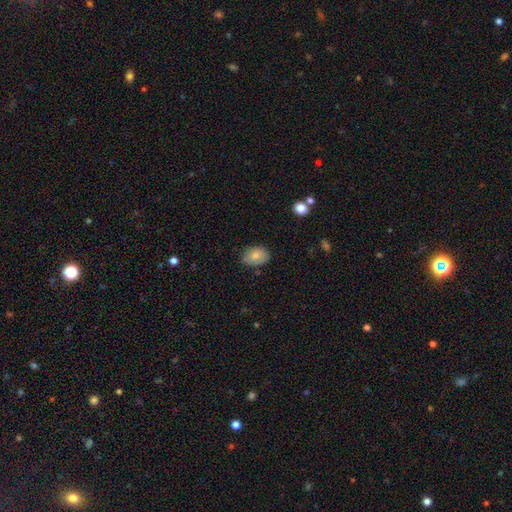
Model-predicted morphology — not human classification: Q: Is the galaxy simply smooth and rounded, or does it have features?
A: smooth — 77%.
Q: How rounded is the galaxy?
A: in between — 79%.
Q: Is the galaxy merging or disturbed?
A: none — 73%.